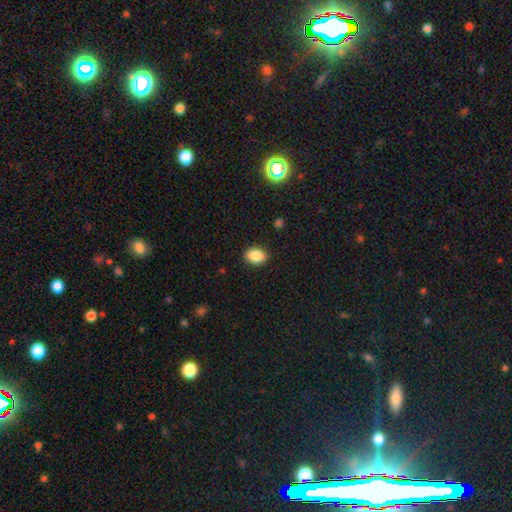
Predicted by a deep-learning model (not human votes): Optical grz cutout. It shows a smooth galaxy with no disk features (88%) that is in between round and cigar-shaped (71%). Merging: none (88%).